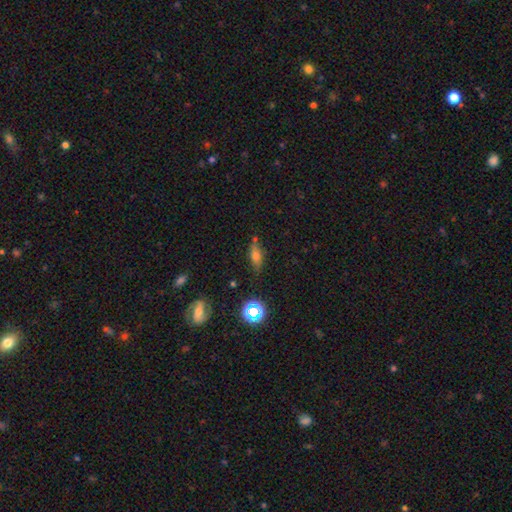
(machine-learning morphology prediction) Smooth or featured?
  - smooth: 58% *
  - featured or disk: 26%
  - star or artifact: 17%
How rounded?
  - in between: 57% *
  - cigar-shaped: 36%
  - round: 7%
Merging?
  - none: 73% *
  - minor disturbance: 17%
  - merger: 5%
  - major disturbance: 5%